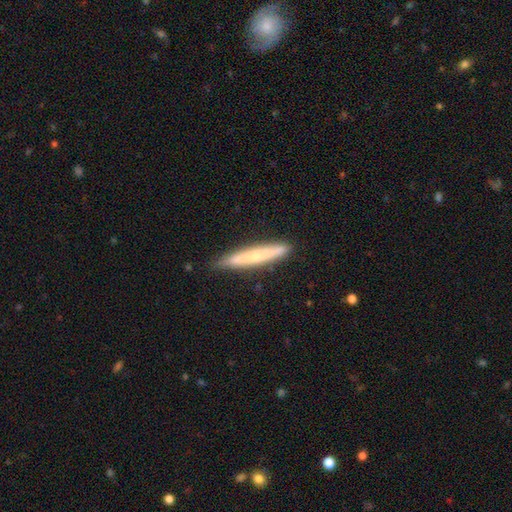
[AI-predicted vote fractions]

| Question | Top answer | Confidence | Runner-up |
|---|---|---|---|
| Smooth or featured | smooth | 52% | featured or disk (42%) |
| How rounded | cigar-shaped | 95% | in between (4%) |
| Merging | none | 86% | minor disturbance (11%) |